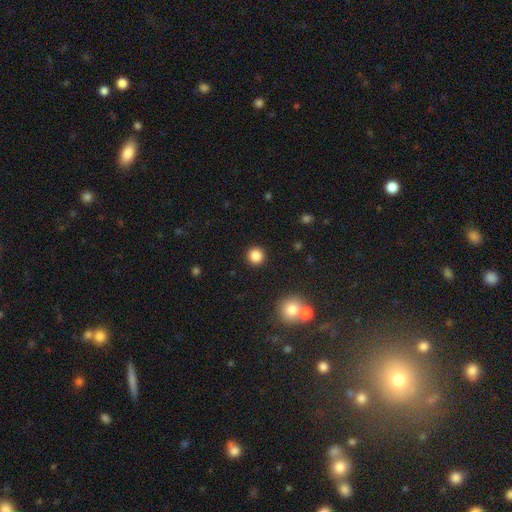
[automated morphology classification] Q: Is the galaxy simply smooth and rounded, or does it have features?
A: smooth — 85%.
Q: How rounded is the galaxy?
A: round — 95%.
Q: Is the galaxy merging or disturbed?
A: none — 92%.